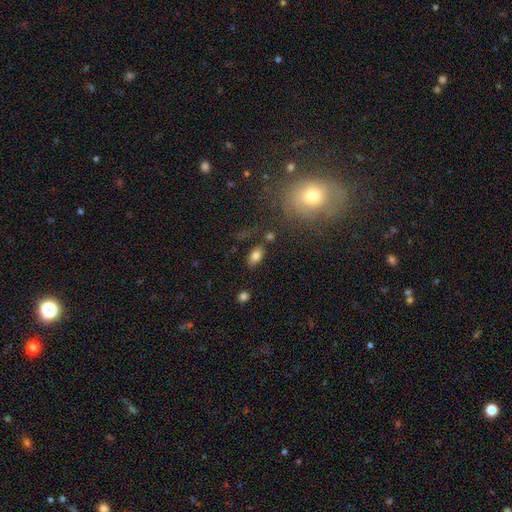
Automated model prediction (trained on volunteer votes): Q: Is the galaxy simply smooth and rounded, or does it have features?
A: smooth — 79%.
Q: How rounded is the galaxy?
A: in between — 91%.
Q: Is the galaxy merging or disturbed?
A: none — 78%.